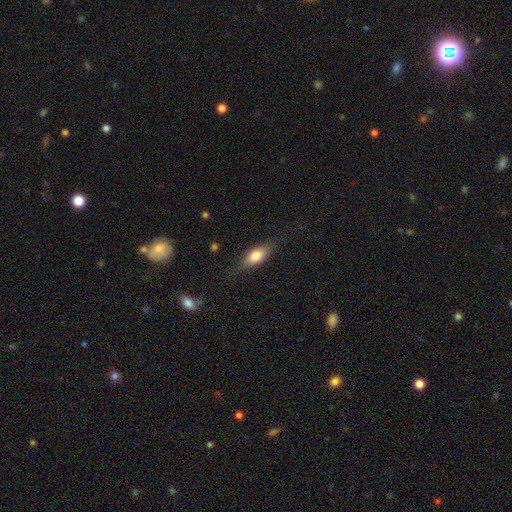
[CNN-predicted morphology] smooth_or_featured: smooth (p=0.60) [alt: featured or disk p=0.33]
how_rounded: in between (p=0.68) [alt: cigar-shaped p=0.25]
merging: none (p=0.74) [alt: minor disturbance p=0.19]